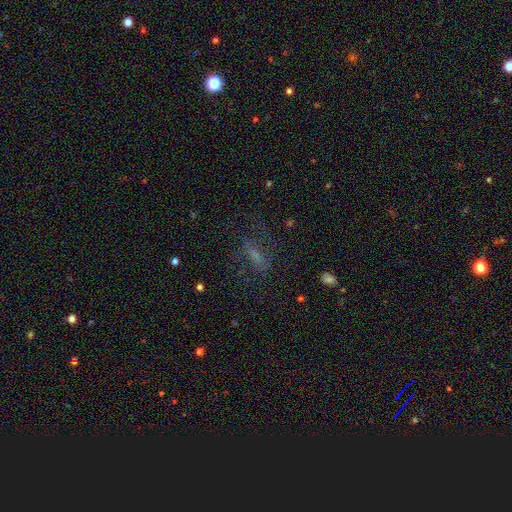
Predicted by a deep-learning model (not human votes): This is marginally a featured or disk galaxy (41%). Merging: possibly none (58%).